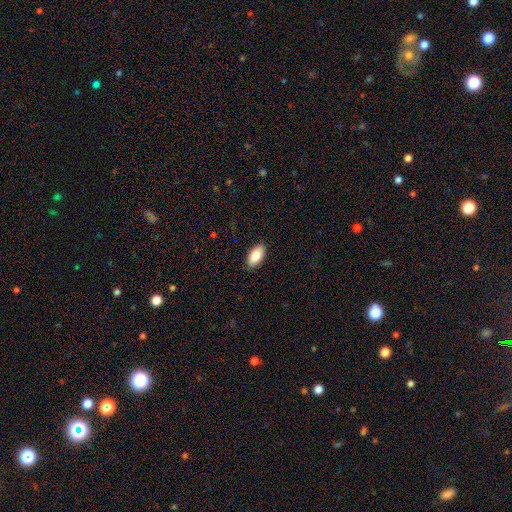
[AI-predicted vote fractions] Smooth or featured: smooth — 83% (featured or disk — 10%)
How rounded: in between — 94% (round — 3%)
Merging: none — 89% (minor disturbance — 8%)